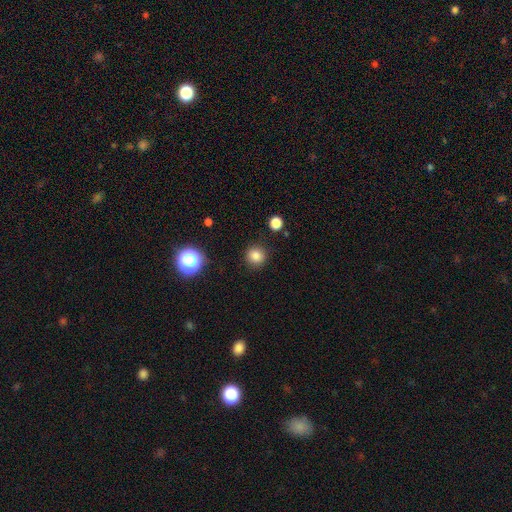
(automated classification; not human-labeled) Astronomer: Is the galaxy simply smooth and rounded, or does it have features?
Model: smooth — 83%.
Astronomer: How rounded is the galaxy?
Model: round — 92%.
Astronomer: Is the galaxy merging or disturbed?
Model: none — 89%.